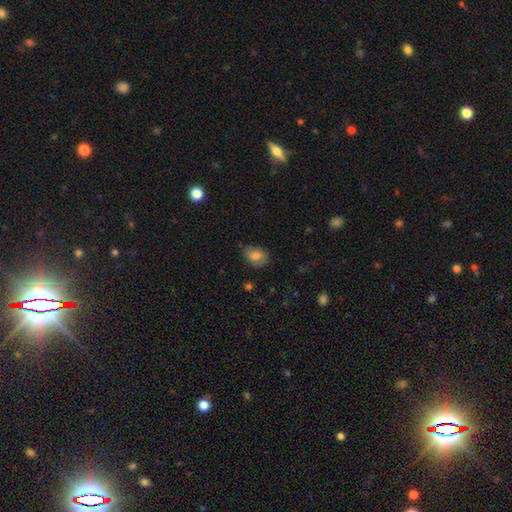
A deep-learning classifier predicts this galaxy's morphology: smooth_or_featured: smooth (p=0.75) [alt: featured or disk p=0.16]
how_rounded: in between (p=0.64) [alt: round p=0.35]
merging: none (p=0.70) [alt: minor disturbance p=0.24]